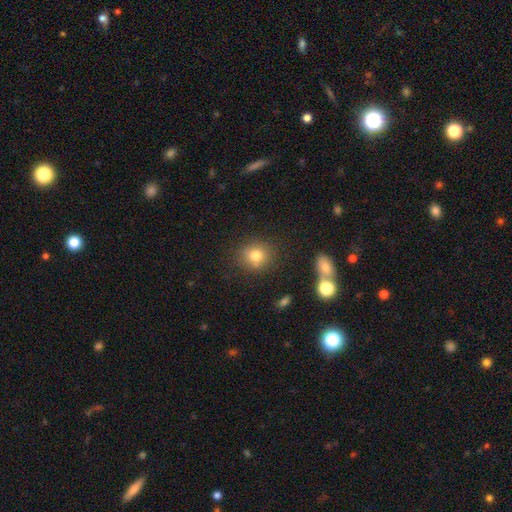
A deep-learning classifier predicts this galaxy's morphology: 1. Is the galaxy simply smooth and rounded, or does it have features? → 78% smooth, 12% star or artifact, 10% featured or disk.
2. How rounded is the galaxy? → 80% round, 19% in between, 1% cigar-shaped.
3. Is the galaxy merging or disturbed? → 79% none, 11% minor disturbance, 6% merger, 4% major disturbance.